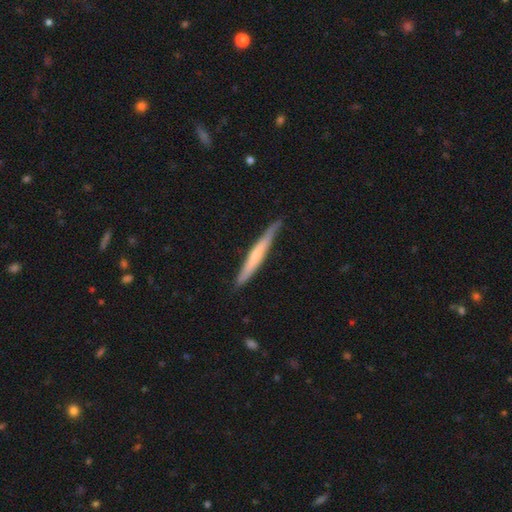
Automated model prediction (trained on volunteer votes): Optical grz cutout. It shows a featured or disk galaxy (48%). Merging: none (80%).